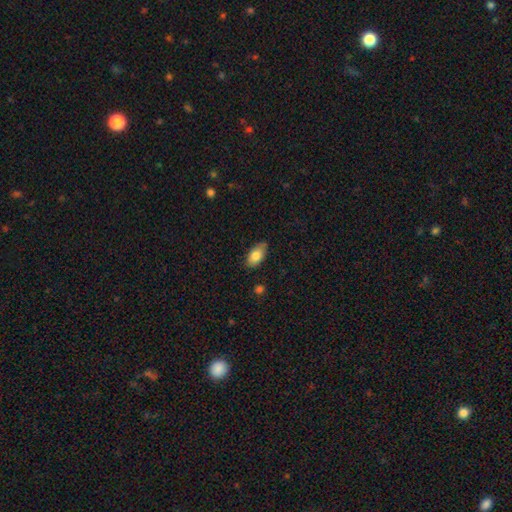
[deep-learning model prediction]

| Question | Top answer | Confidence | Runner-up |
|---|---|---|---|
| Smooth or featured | smooth | 80% | featured or disk (13%) |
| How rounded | in between | 92% | round (4%) |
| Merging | none | 80% | minor disturbance (16%) |